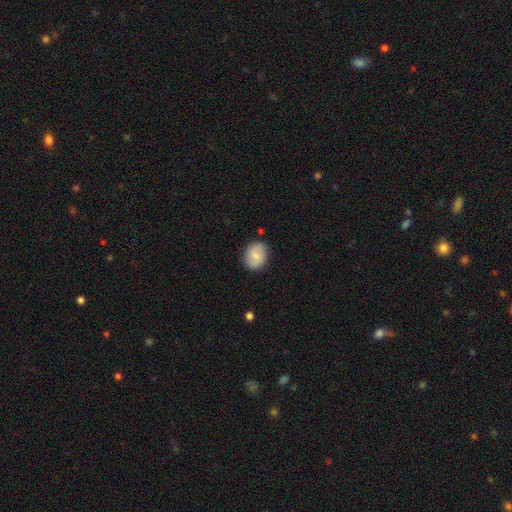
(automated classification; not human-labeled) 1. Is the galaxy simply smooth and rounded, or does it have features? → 68% smooth, 25% featured or disk, 7% star or artifact.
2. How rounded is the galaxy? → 64% round, 35% in between, 1% cigar-shaped.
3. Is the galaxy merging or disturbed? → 80% none, 15% minor disturbance, 3% major disturbance, 2% merger.